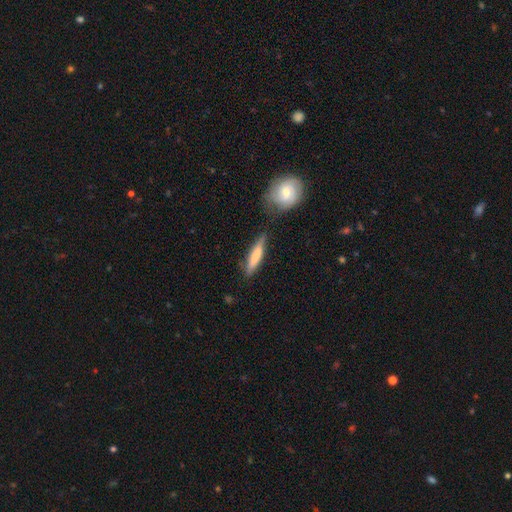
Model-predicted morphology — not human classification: A smooth galaxy with no disk features (70%) that is cigar-shaped (85%). Merging: none (71%).